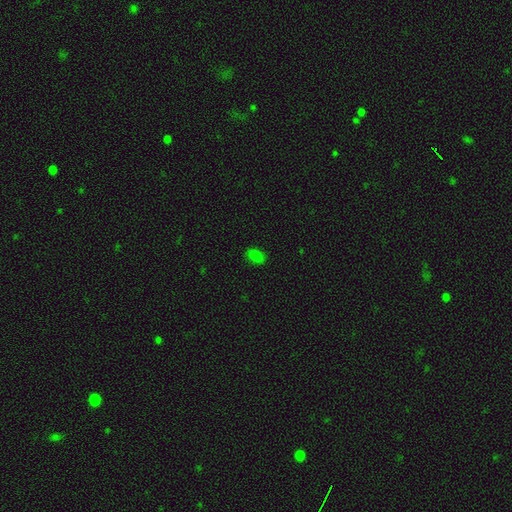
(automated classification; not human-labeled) This is likely a smooth galaxy (80%). How rounded: clearly in between (83%). Merging: clearly none (85%).